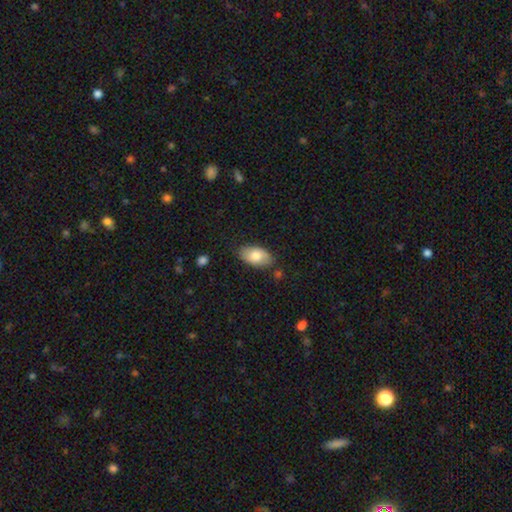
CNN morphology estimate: type=smooth (75%); roundness=in between (94%); merging=none (82%).